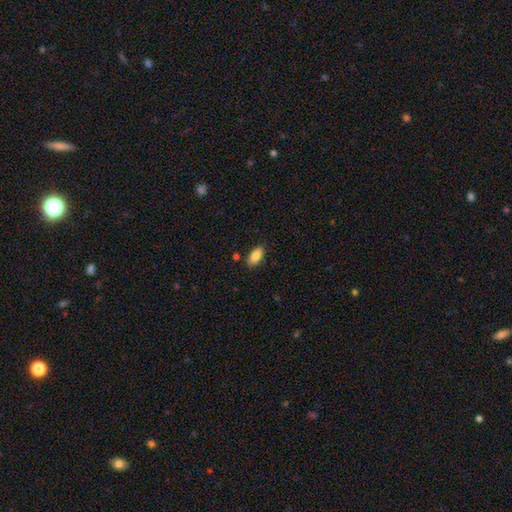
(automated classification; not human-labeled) Smooth or featured?
  - smooth: 88% *
  - star or artifact: 7%
  - featured or disk: 6%
How rounded?
  - in between: 90% *
  - cigar-shaped: 7%
  - round: 2%
Merging?
  - none: 84% *
  - minor disturbance: 11%
  - major disturbance: 2%
  - merger: 2%